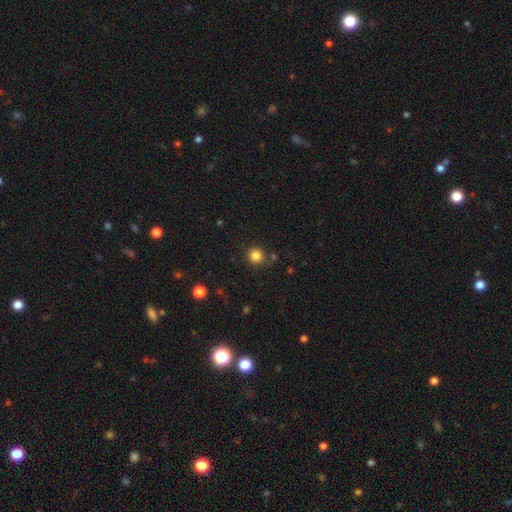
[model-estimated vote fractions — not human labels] Q: Smooth or featured?
A: smooth (83%); runner-up: star or artifact (12%)
Q: How rounded?
A: round (92%); runner-up: in between (8%)
Q: Merging?
A: none (85%); runner-up: minor disturbance (8%)